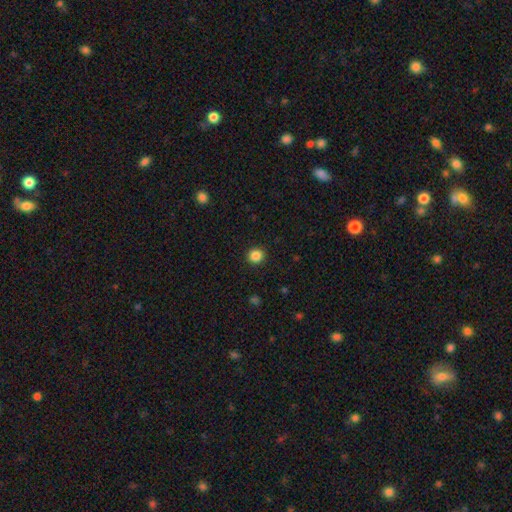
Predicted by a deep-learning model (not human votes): Smooth or featured? smooth (86%)
How rounded? round (93%)
Merging? none (93%)